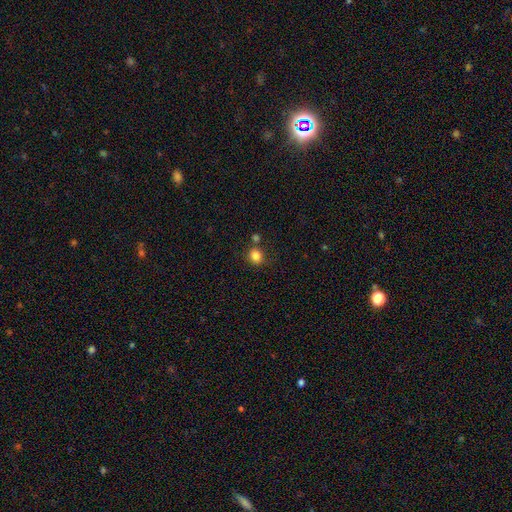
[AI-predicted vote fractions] Overall: smooth (84%). How rounded: round (77%). Merging: none (71%).